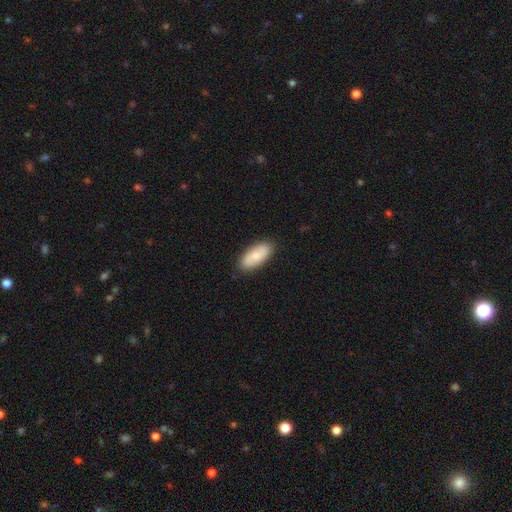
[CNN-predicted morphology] A smooth galaxy with no disk features (77%) that is in between round and cigar-shaped (86%). Merging: none (87%).